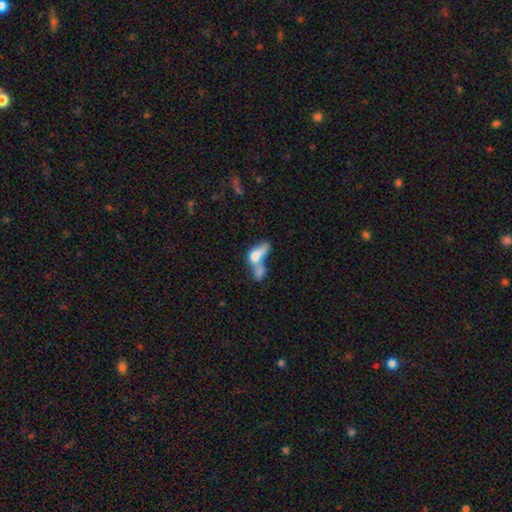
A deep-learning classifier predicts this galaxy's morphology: This appears to be a smooth galaxy with no disk features (62%) that is in between round and cigar-shaped (71%). Merging: merger (69%).